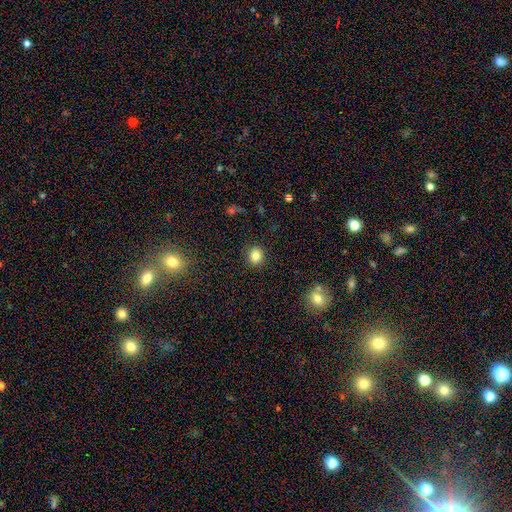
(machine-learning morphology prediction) smooth_or_featured: smooth (p=0.83) [alt: star or artifact p=0.11]
how_rounded: round (p=0.80) [alt: in between p=0.19]
merging: none (p=0.90) [alt: minor disturbance p=0.07]